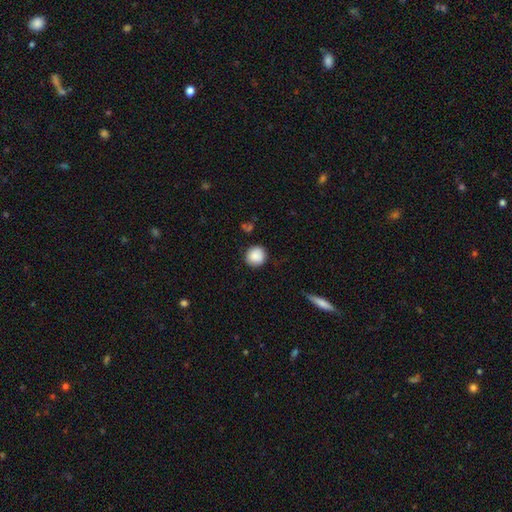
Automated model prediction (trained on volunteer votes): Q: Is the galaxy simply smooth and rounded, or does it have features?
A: smooth — 88%.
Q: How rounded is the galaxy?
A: round — 93%.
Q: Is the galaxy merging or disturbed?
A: none — 86%.